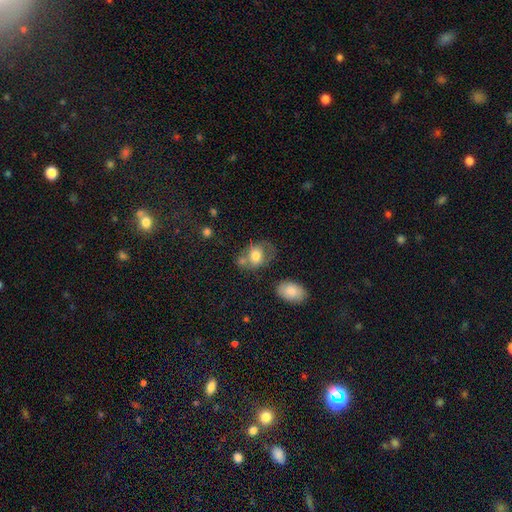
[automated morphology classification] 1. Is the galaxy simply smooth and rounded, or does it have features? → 66% smooth, 25% featured or disk, 9% star or artifact.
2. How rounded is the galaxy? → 64% in between, 35% round, 1% cigar-shaped.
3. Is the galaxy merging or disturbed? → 40% none, 23% minor disturbance, 21% merger, 16% major disturbance.